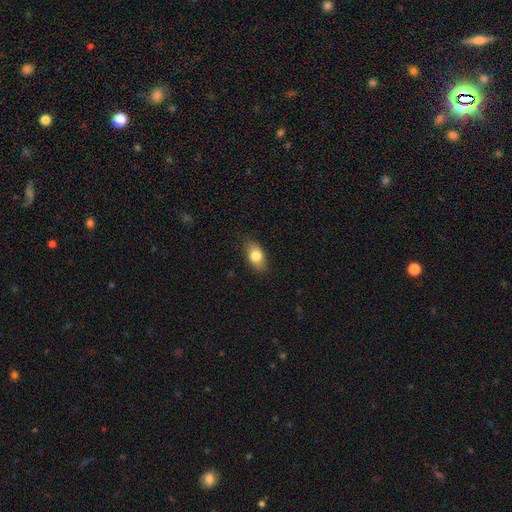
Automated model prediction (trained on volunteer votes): This appears to be a smooth galaxy with no disk features (80%) that is in between round and cigar-shaped (87%). Merging: none (84%).